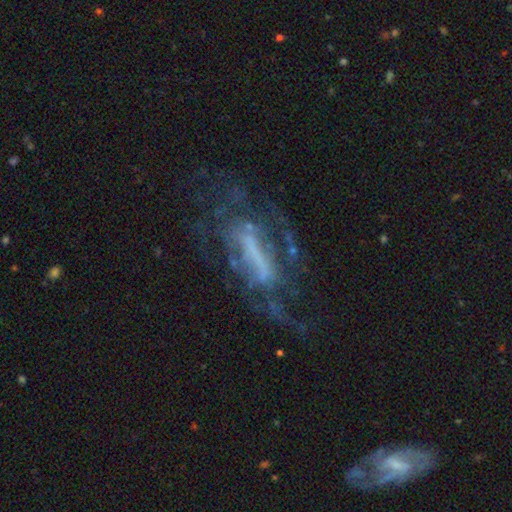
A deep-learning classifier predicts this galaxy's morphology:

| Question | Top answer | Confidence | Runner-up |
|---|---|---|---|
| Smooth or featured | featured or disk | 72% | smooth (14%) |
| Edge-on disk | no | 84% | yes (16%) |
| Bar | strong | 49% | weak (26%) |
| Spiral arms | yes | 65% | no (35%) |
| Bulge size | none | 51% | small (20%) |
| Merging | none | 44% | major disturbance (34%) |